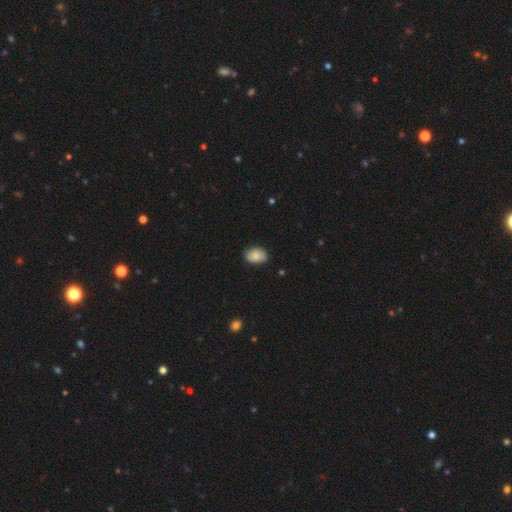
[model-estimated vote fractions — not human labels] Smooth or featured: smooth — 83% (featured or disk — 10%)
How rounded: in between — 81% (round — 18%)
Merging: none — 82% (minor disturbance — 15%)